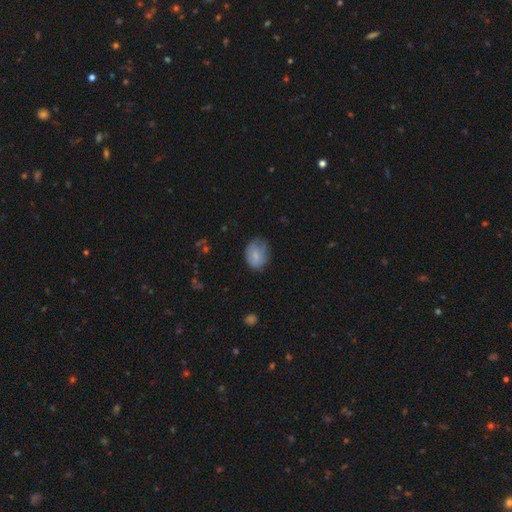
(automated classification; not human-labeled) Smooth or featured? smooth (76%)
How rounded? in between (54%)
Merging? none (59%)